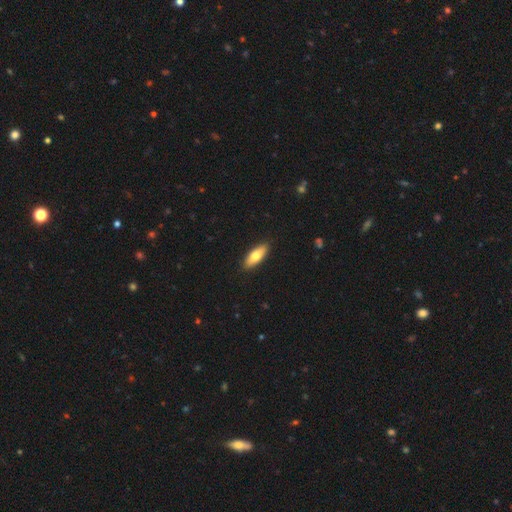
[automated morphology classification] A smooth galaxy with no disk features (72%) that is in between round and cigar-shaped (65%). Merging: none (90%).